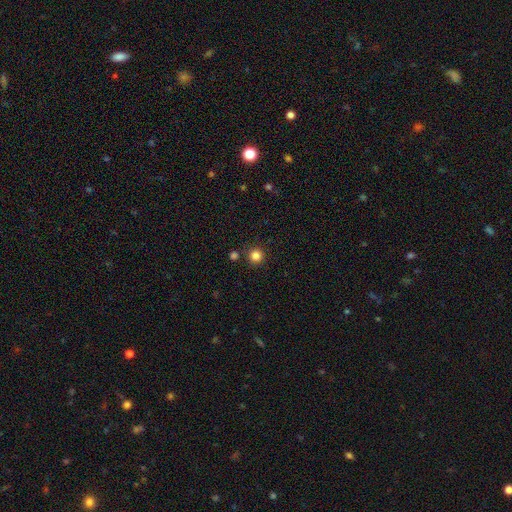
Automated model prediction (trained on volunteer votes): Smooth or featured?
  - smooth: 83% *
  - star or artifact: 13%
  - featured or disk: 4%
How rounded?
  - round: 95% *
  - in between: 4%
  - cigar-shaped: 1%
Merging?
  - none: 88% *
  - minor disturbance: 6%
  - merger: 4%
  - major disturbance: 2%